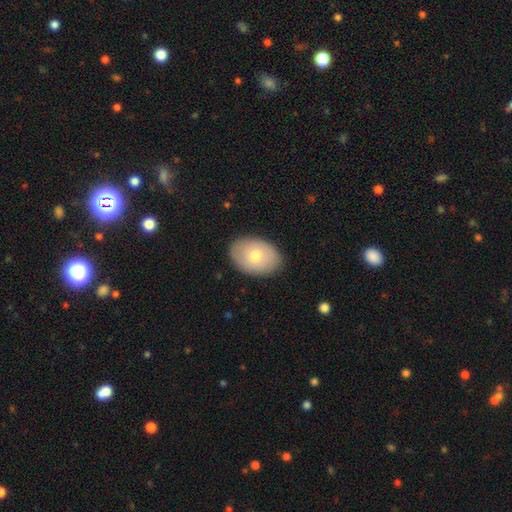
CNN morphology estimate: This appears to be a smooth galaxy with no disk features (71%) that is in between round and cigar-shaped (83%). Merging: none (87%).